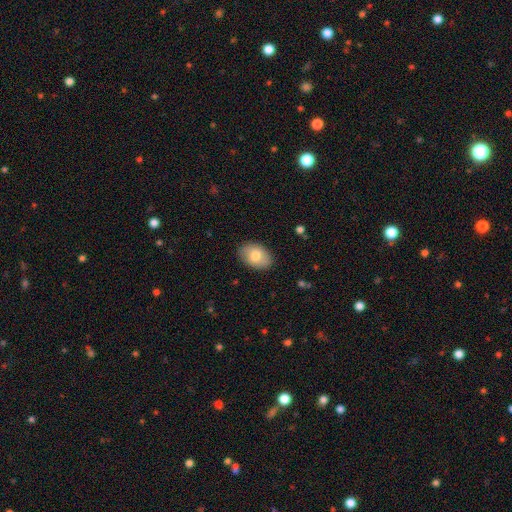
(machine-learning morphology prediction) The model was most divided on "smooth or featured": smooth: 76%, featured or disk: 17%, star or artifact: 7%. More confident: merging — none (86%); how rounded — in between (84%).